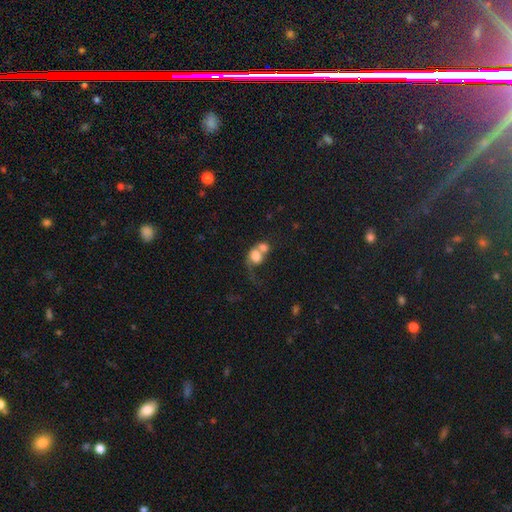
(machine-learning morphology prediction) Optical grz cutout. It shows a smooth galaxy with no disk features (65%) that is round (51%). Merging: merger (65%).